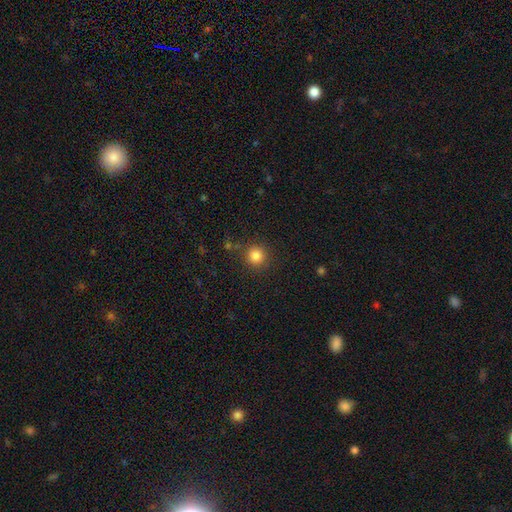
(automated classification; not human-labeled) A smooth galaxy with no disk features (83%) that is round (94%).

Vote fractions:
- Smooth or featured? smooth: 83% / star or artifact: 12% / featured or disk: 4%
- How rounded? round: 94% / in between: 5% / cigar-shaped: 1%
- Merging? none: 88% / minor disturbance: 7% / major disturbance: 3% / merger: 2%